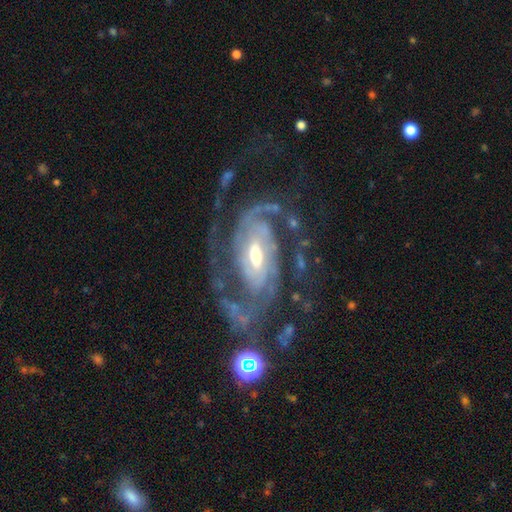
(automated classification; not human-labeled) This appears to be a featured or disk galaxy (92%) with a weak bar (42%), 2 (62%) tight (48%) spiral arms (98%) and a moderate central bulge (58%). Merging: none (63%).